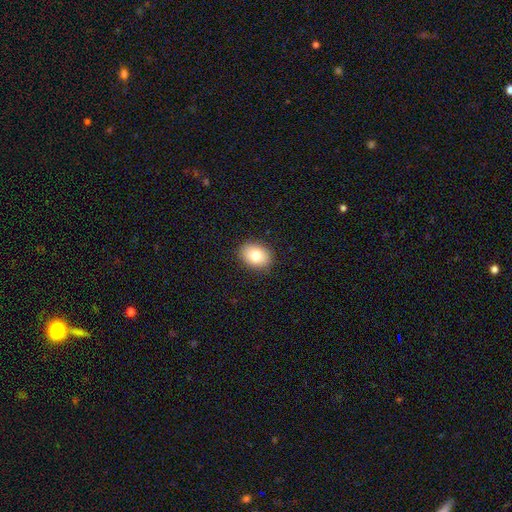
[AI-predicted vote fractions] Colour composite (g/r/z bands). It shows a smooth galaxy with no disk features (79%) that is in between round and cigar-shaped (67%). Merging: none (88%).